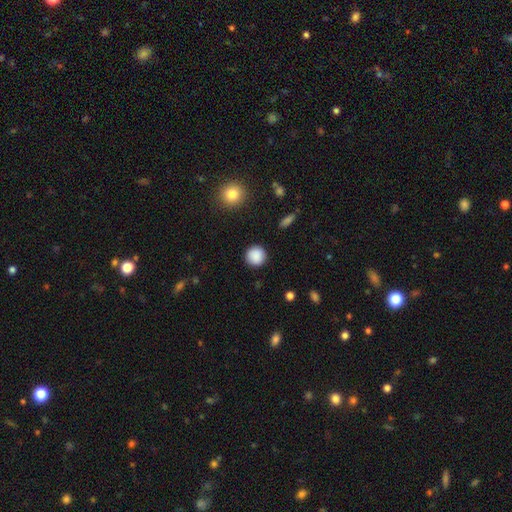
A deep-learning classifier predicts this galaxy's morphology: A smooth galaxy with no disk features (88%) that is round (94%). Merging: none (90%).